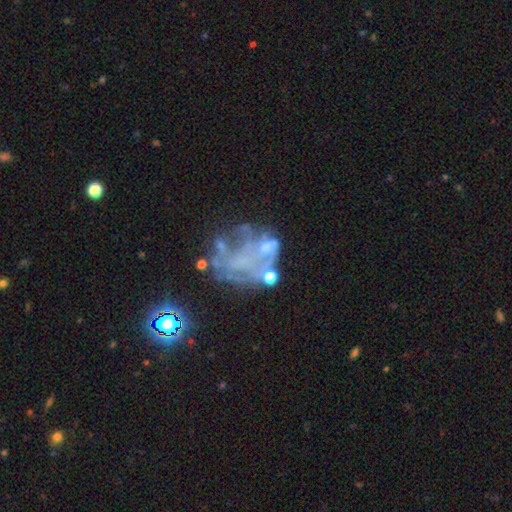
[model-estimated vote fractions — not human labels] smooth_or_featured: featured or disk (p=0.53) [alt: star or artifact p=0.31]
disk_edge_on: no (p=0.97) [alt: yes p=0.03]
bar: no (p=0.91) [alt: weak p=0.06]
has_spiral_arms: no (p=0.86) [alt: yes p=0.14]
bulge_size: none (p=0.75) [alt: small p=0.16]
merging: none (p=0.42) [alt: major disturbance p=0.27]